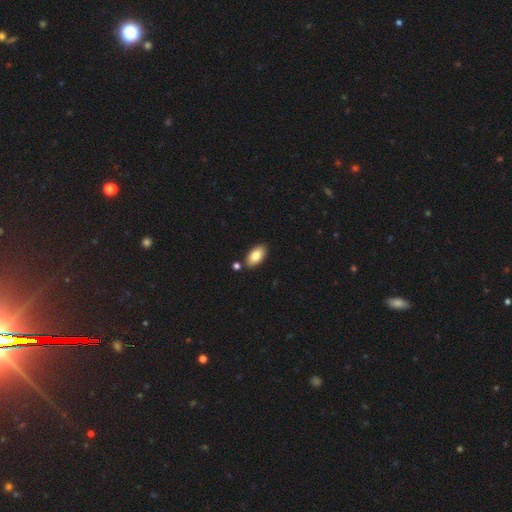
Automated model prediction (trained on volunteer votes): Morphology: type=smooth (82%); roundness=in between (94%); merging=none (84%).